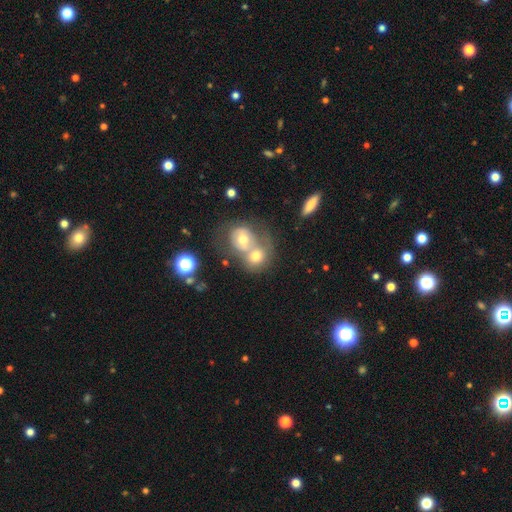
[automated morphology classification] smooth-or-featured: smooth: 60% | featured or disk: 29% | star or artifact: 11%
  how-rounded: round: 65% | in between: 34% | cigar-shaped: 1%
  merging: merger: 69% | none: 19% | minor disturbance: 7% | major disturbance: 5%